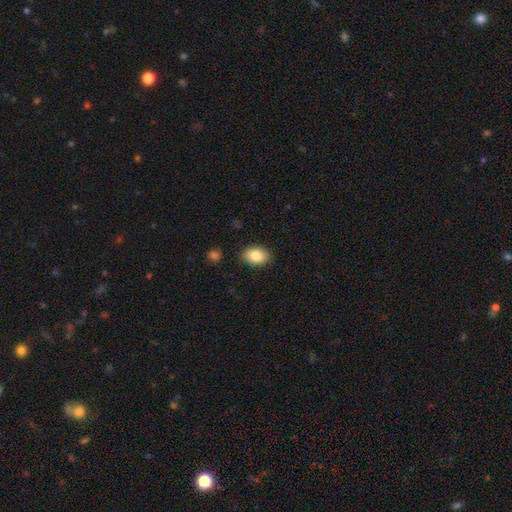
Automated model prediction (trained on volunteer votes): Q: Smooth or featured?
A: smooth (85%); runner-up: featured or disk (8%)
Q: How rounded?
A: in between (86%); runner-up: round (13%)
Q: Merging?
A: none (87%); runner-up: minor disturbance (10%)